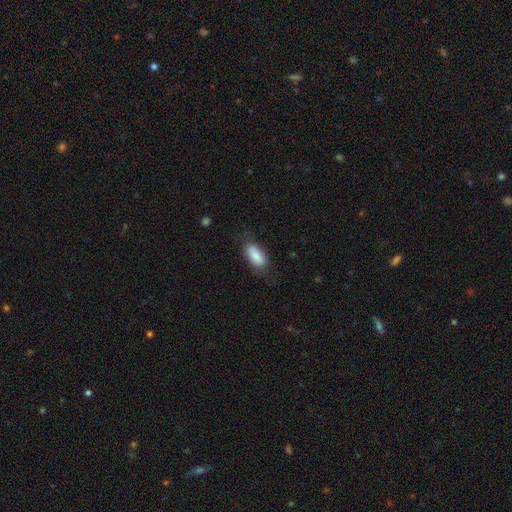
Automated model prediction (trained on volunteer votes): smooth_or_featured: smooth (p=0.86) [alt: featured or disk p=0.08]
how_rounded: in between (p=0.89) [alt: cigar-shaped p=0.09]
merging: none (p=0.73) [alt: minor disturbance p=0.19]